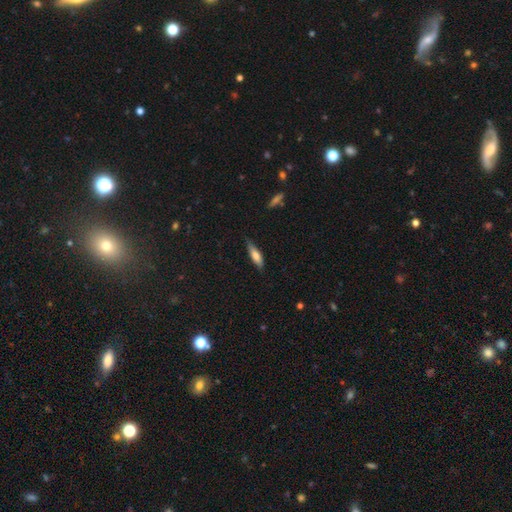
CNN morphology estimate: smooth 68%, featured or disk 25%, star or artifact 7%. Down the decision tree: how rounded — cigar-shaped (58%); merging — none (74%).